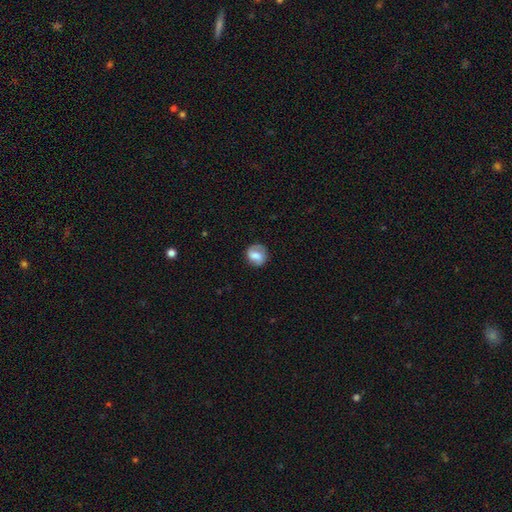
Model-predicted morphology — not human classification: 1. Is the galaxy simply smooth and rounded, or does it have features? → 57% smooth, 35% featured or disk, 8% star or artifact.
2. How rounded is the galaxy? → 79% round, 20% in between, 1% cigar-shaped.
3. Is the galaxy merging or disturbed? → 75% none, 17% minor disturbance, 6% major disturbance, 2% merger.